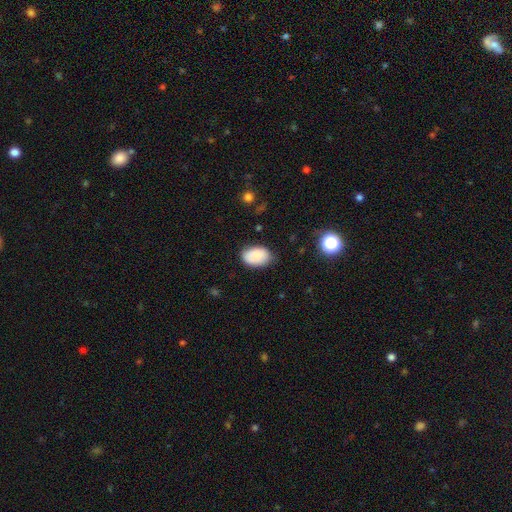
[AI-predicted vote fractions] Q: Smooth or featured?
A: smooth (86%); runner-up: star or artifact (7%)
Q: How rounded?
A: in between (89%); runner-up: round (10%)
Q: Merging?
A: none (72%); runner-up: minor disturbance (22%)